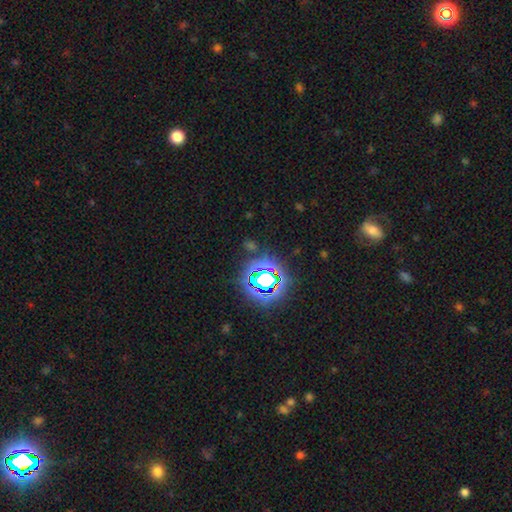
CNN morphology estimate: The model was most divided on "smooth or featured": star or artifact: 81%, smooth: 12%, featured or disk: 7%.